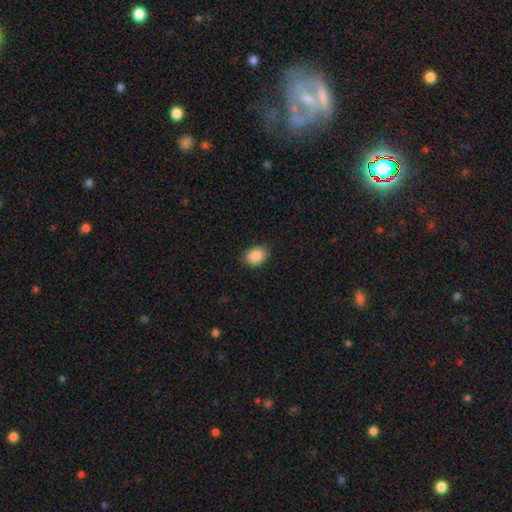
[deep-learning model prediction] Smooth or featured? Predicted: smooth (p=0.89). How rounded? Predicted: in between (p=0.60). Merging? Predicted: none (p=0.86).